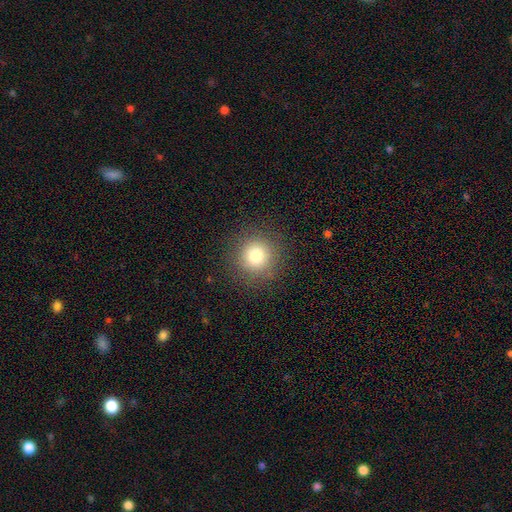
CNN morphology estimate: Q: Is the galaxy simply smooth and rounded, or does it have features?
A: smooth — 80%.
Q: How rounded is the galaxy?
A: round — 94%.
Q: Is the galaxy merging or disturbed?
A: none — 89%.